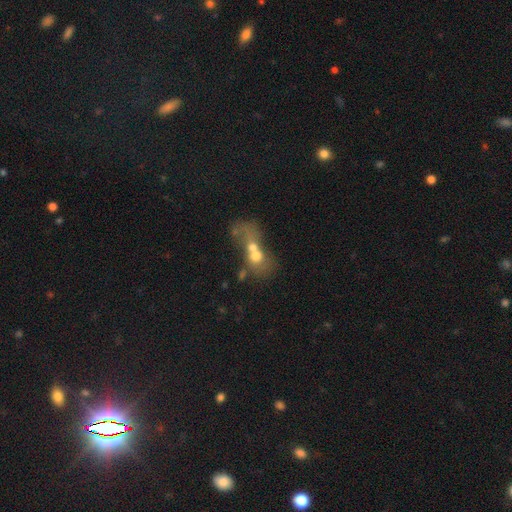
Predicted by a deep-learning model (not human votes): Smooth or featured? Predicted: smooth (p=0.54). How rounded? Predicted: in between (p=0.49). Merging? Predicted: merger (p=0.74).